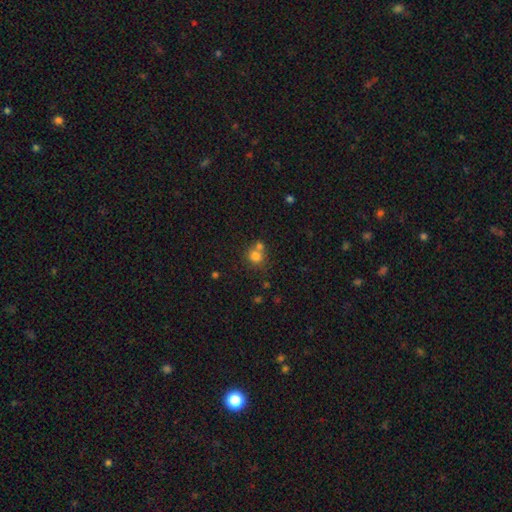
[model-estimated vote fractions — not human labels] Smooth or featured: smooth — 77% (star or artifact — 13%)
How rounded: round — 86% (in between — 13%)
Merging: none — 48% (merger — 40%)